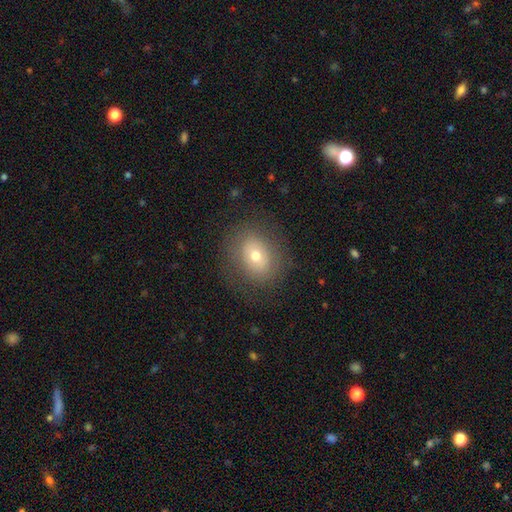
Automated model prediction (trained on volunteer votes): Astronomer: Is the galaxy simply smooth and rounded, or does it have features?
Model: smooth — 62%.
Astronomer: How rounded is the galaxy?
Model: round — 52% (runner-up: in between, 47%).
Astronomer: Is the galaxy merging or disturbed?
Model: none — 80%.